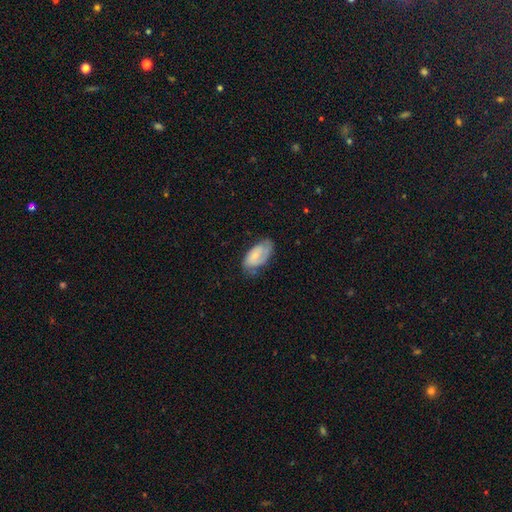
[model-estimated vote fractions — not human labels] Q: Smooth or featured?
A: smooth (47%); runner-up: featured or disk (46%)
Q: Merging?
A: none (56%); runner-up: minor disturbance (31%)